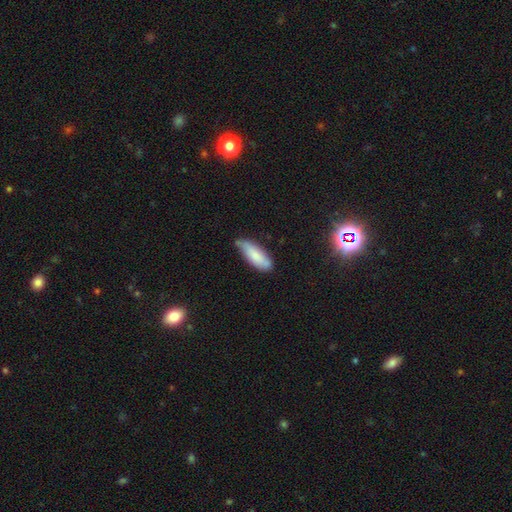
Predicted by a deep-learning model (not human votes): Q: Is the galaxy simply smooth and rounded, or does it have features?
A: smooth — 79%.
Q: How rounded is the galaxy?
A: in between — 63%.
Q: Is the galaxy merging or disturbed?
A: none — 59%.